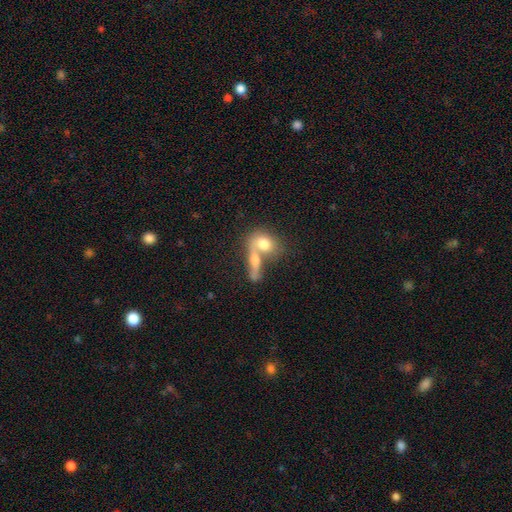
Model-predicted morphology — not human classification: smooth 63%, featured or disk 27%, star or artifact 10%. Down the decision tree: how rounded — in between (60%); merging — merger (62%).